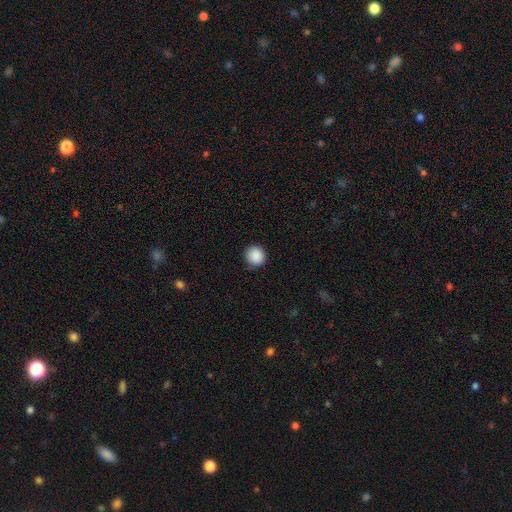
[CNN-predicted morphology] Smooth or featured?
  - smooth: 89% *
  - star or artifact: 8%
  - featured or disk: 2%
How rounded?
  - round: 92% *
  - in between: 7%
  - cigar-shaped: 1%
Merging?
  - none: 88% *
  - minor disturbance: 8%
  - major disturbance: 2%
  - merger: 1%